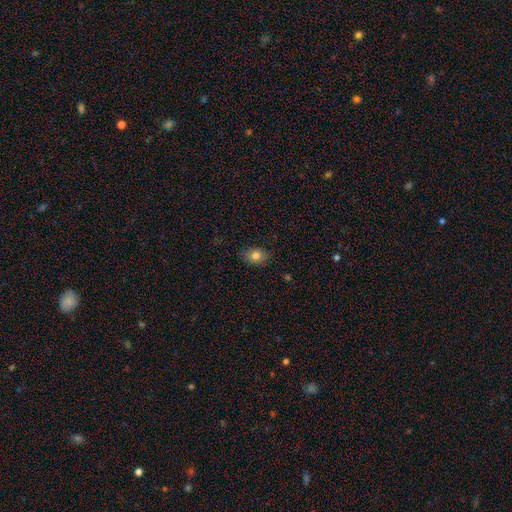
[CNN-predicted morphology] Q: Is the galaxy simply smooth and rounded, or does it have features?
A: smooth — 81%.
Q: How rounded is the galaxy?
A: in between — 73%.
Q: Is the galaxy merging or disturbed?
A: none — 83%.